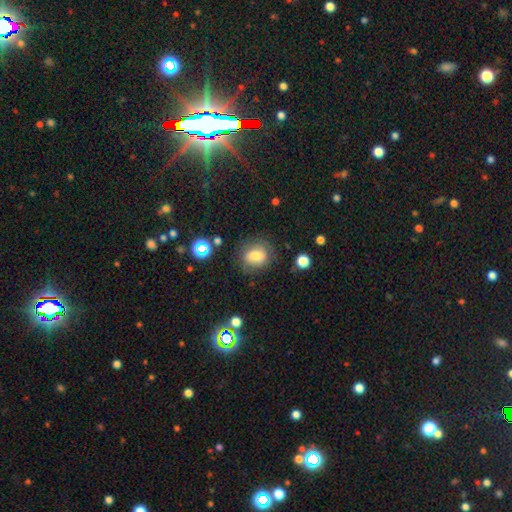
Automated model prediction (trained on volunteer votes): Overall: smooth (74%). How rounded: round (54%; in between 45%). Merging: none (73%).